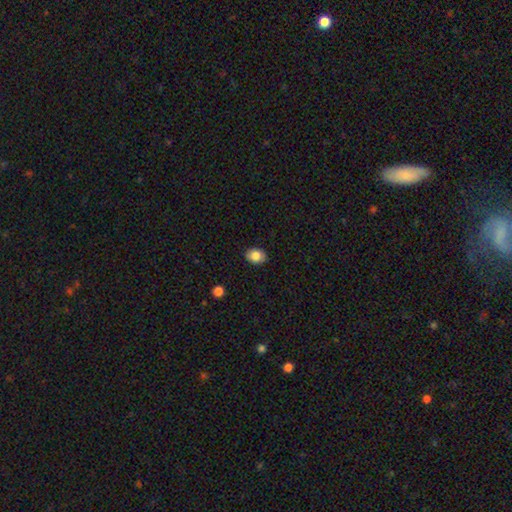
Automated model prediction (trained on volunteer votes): This appears to be a smooth galaxy with no disk features (84%) that is in between round and cigar-shaped (62%). Merging: none (89%).